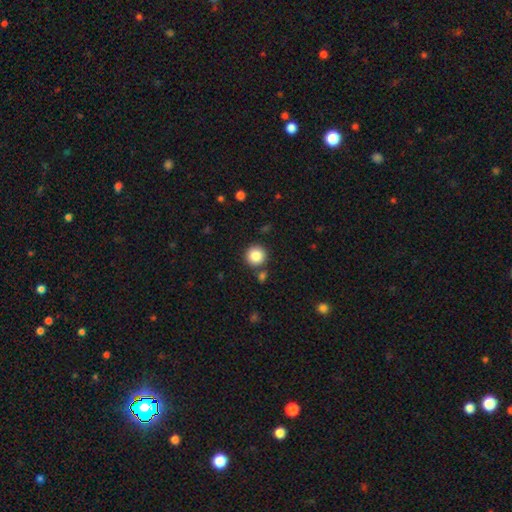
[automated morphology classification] This is clearly a smooth galaxy (86%). How rounded: clearly round (95%). Merging: clearly none (84%).